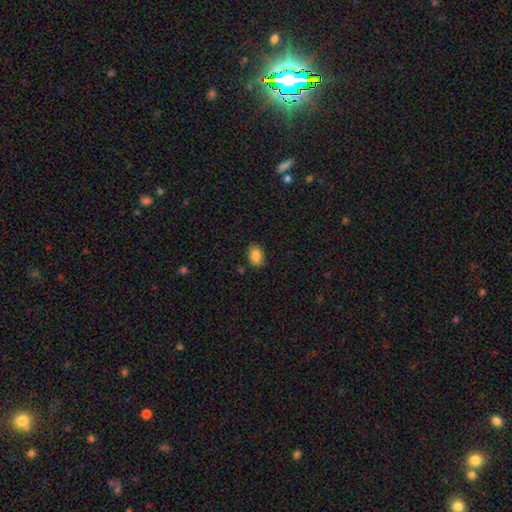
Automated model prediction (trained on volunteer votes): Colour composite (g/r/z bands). It shows a smooth galaxy with no disk features (86%) that is in between round and cigar-shaped (85%). Merging: none (85%).